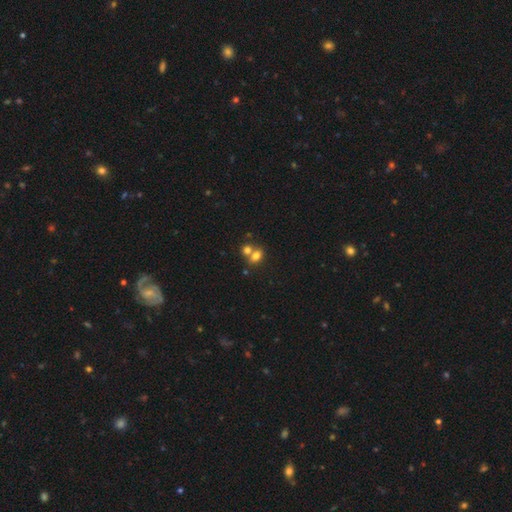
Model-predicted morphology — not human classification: Q: Smooth or featured?
A: smooth (76%); runner-up: star or artifact (12%)
Q: How rounded?
A: in between (58%); runner-up: round (40%)
Q: Merging?
A: merger (53%); runner-up: none (36%)